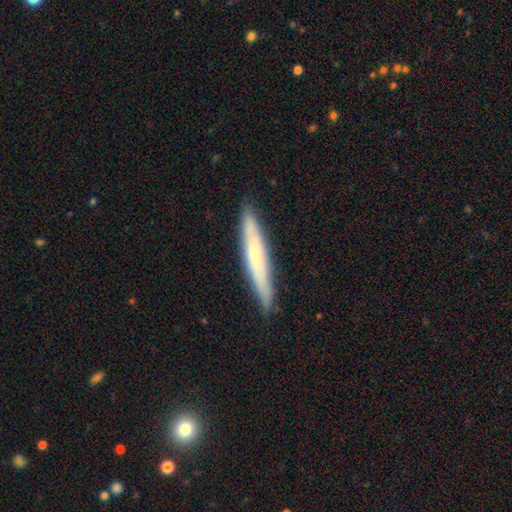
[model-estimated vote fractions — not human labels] A smooth galaxy with no disk features (57%) that is cigar-shaped (94%).

Vote fractions:
- Smooth or featured? smooth: 57% / featured or disk: 37% / star or artifact: 6%
- How rounded? cigar-shaped: 94% / in between: 5% / round: 1%
- Merging? none: 88% / minor disturbance: 9% / major disturbance: 1% / merger: 1%